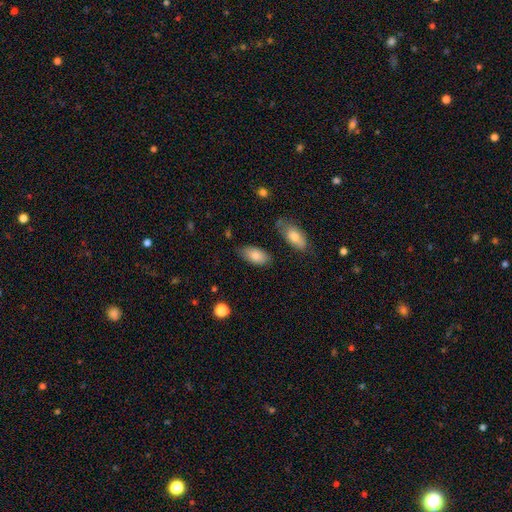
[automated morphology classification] type=smooth (83%); roundness=in between (94%); merging=none (74%).